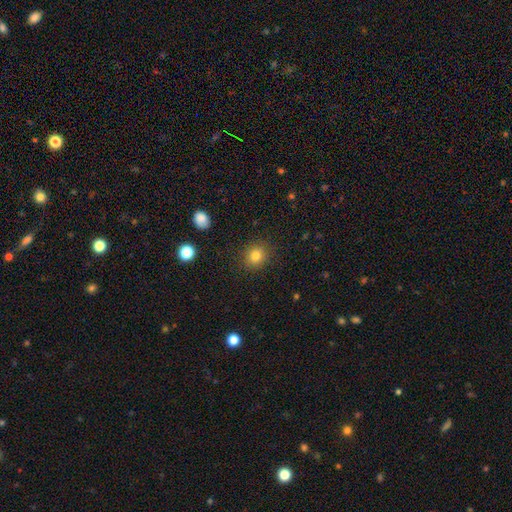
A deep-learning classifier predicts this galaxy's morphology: A smooth galaxy with no disk features (82%) that is round (80%). Merging: none (89%).